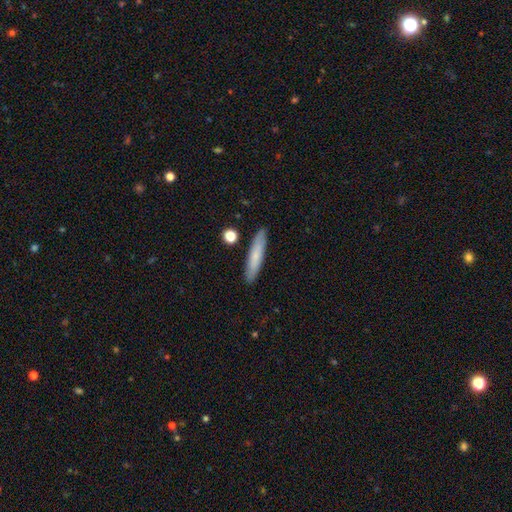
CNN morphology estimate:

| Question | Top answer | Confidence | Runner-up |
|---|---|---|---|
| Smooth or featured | smooth | 72% | featured or disk (21%) |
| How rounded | cigar-shaped | 89% | in between (9%) |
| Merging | none | 88% | minor disturbance (8%) |